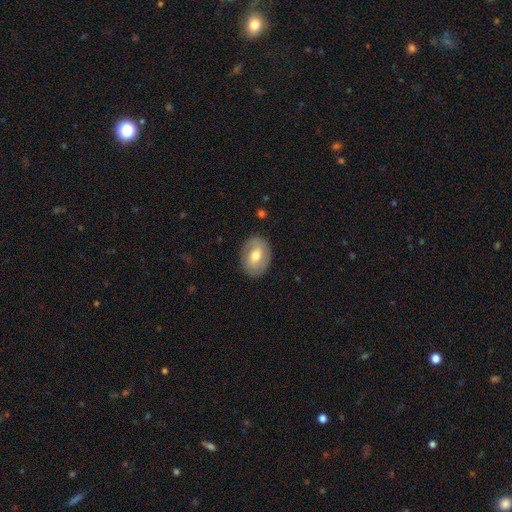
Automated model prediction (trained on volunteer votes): Q: Smooth or featured?
A: smooth (53%); runner-up: featured or disk (40%)
Q: How rounded?
A: in between (63%); runner-up: round (36%)
Q: Merging?
A: none (85%); runner-up: minor disturbance (11%)